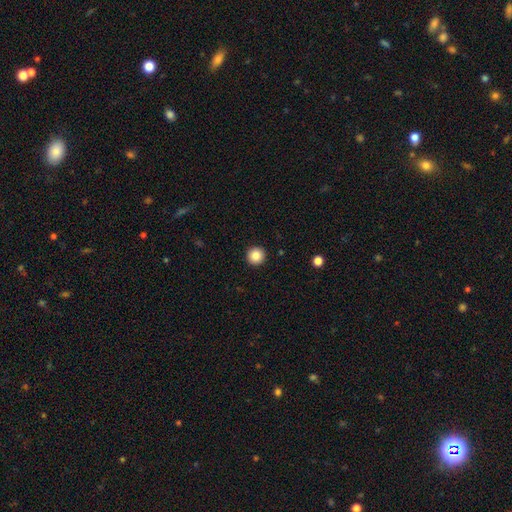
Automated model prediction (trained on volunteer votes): Smooth or featured?
  - smooth: 85% *
  - star or artifact: 9%
  - featured or disk: 5%
How rounded?
  - round: 96% *
  - in between: 3%
  - cigar-shaped: 1%
Merging?
  - none: 94% *
  - minor disturbance: 4%
  - major disturbance: 1%
  - merger: 1%